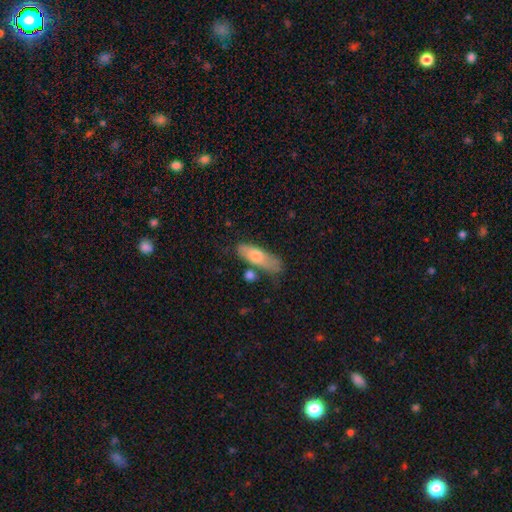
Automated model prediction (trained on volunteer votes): The model was most divided on "how rounded": in between: 56%, cigar-shaped: 41%, round: 3%. More confident: smooth or featured — smooth (69%); merging — none (52%).